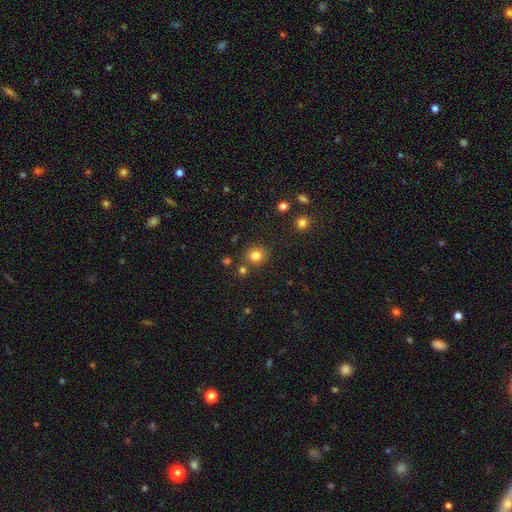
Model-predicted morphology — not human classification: A smooth galaxy with no disk features (82%) that is round (88%). Merging: none (82%).